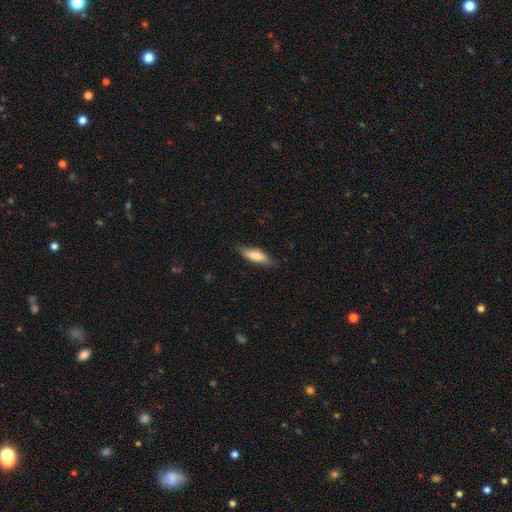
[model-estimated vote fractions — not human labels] smooth_or_featured: smooth (p=0.72) [alt: featured or disk p=0.22]
how_rounded: cigar-shaped (p=0.57) [alt: in between p=0.42]
merging: none (p=0.79) [alt: minor disturbance p=0.17]